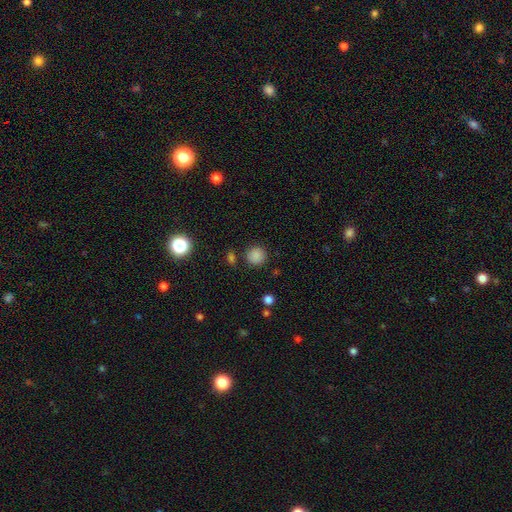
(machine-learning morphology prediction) Smooth or featured? smooth (84%)
How rounded? round (92%)
Merging? none (85%)